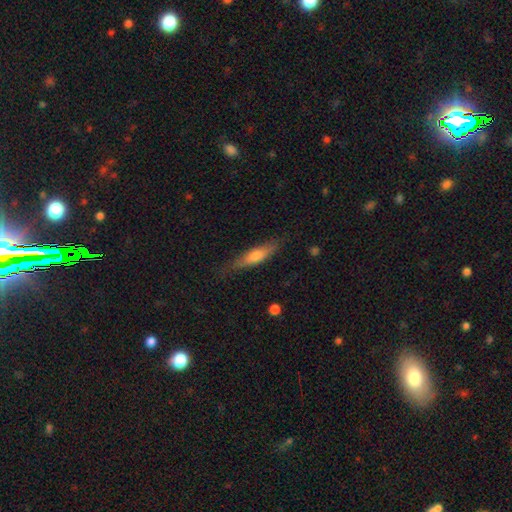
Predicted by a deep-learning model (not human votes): Morphology: type=smooth (55%); roundness=cigar-shaped (78%); merging=none (79%).